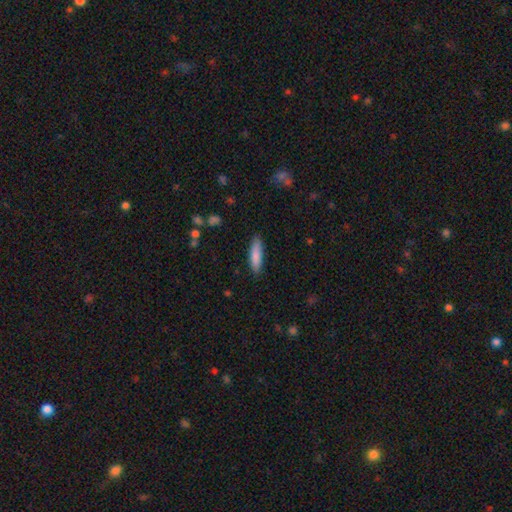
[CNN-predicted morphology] Smooth or featured?
  - smooth: 85% *
  - featured or disk: 9%
  - star or artifact: 6%
How rounded?
  - cigar-shaped: 69% *
  - in between: 30%
  - round: 1%
Merging?
  - none: 86% *
  - minor disturbance: 10%
  - major disturbance: 2%
  - merger: 1%